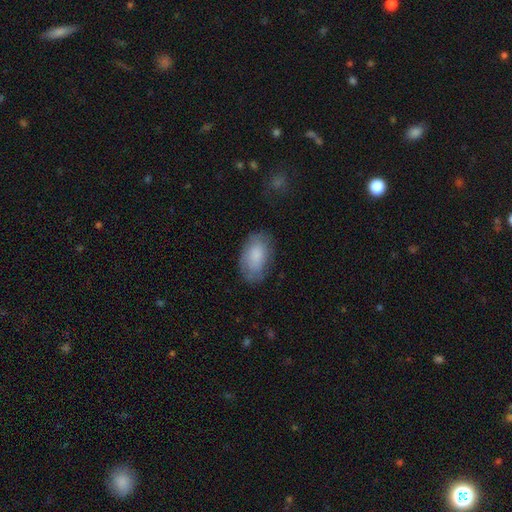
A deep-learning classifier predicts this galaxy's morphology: smooth-or-featured: smooth: 79% | featured or disk: 14% | star or artifact: 7%
  how-rounded: in between: 94% | round: 4% | cigar-shaped: 2%
  merging: none: 73% | minor disturbance: 20% | major disturbance: 6% | merger: 1%